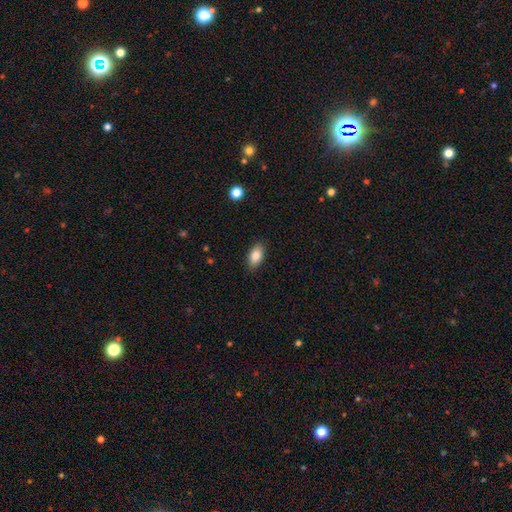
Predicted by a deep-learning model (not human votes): A smooth galaxy with no disk features (83%) that is in between round and cigar-shaped (91%).

Vote fractions:
- Smooth or featured? smooth: 83% / featured or disk: 9% / star or artifact: 7%
- How rounded? in between: 91% / round: 5% / cigar-shaped: 4%
- Merging? none: 87% / minor disturbance: 10% / major disturbance: 2% / merger: 1%